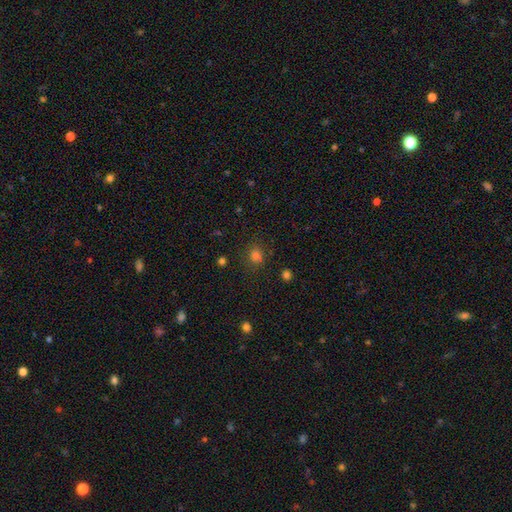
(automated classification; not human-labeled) smooth_or_featured: smooth (p=0.71) [alt: star or artifact p=0.24]
how_rounded: round (p=0.71) [alt: in between p=0.28]
merging: none (p=0.81) [alt: minor disturbance p=0.12]